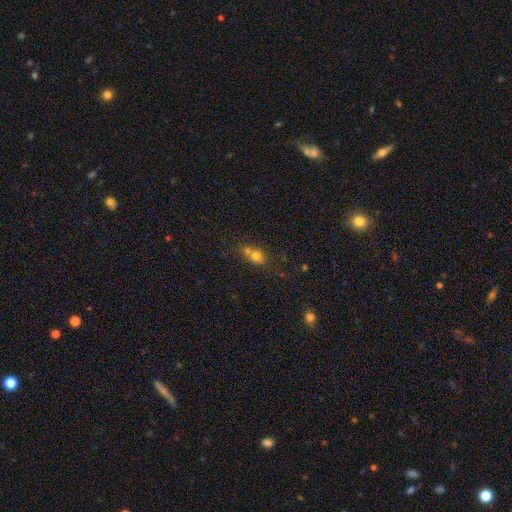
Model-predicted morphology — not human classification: A smooth galaxy with no disk features (72%) that is round (58%). Merging: merger (45%).